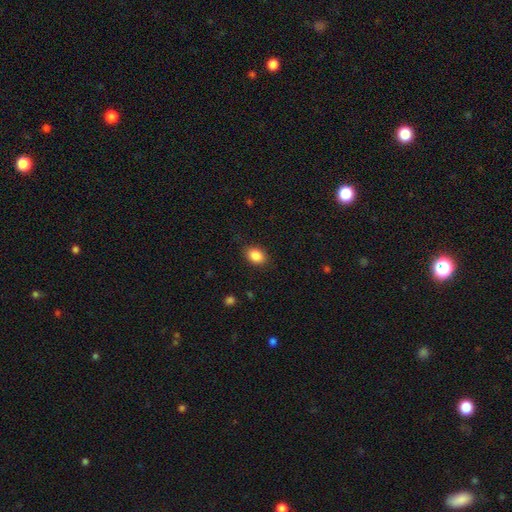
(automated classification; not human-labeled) A smooth galaxy with no disk features (87%) that is in between round and cigar-shaped (71%).

Vote fractions:
- Smooth or featured? smooth: 87% / star or artifact: 8% / featured or disk: 4%
- How rounded? in between: 71% / round: 28% / cigar-shaped: 1%
- Merging? none: 85% / minor disturbance: 11% / major disturbance: 3% / merger: 1%